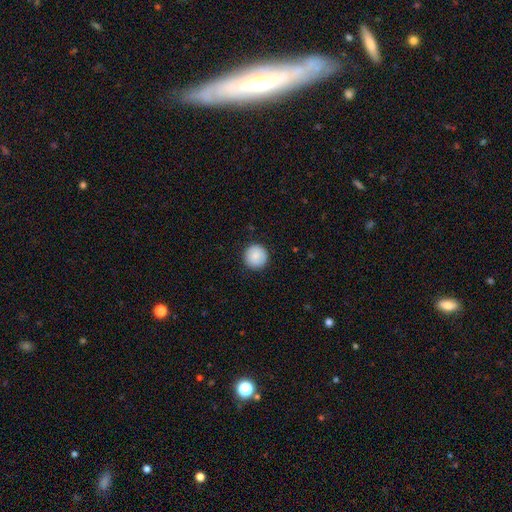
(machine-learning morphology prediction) smooth-or-featured: smooth: 84% | featured or disk: 9% | star or artifact: 7%
  how-rounded: round: 96% | in between: 3% | cigar-shaped: 1%
  merging: none: 90% | minor disturbance: 7% | major disturbance: 2% | merger: 1%